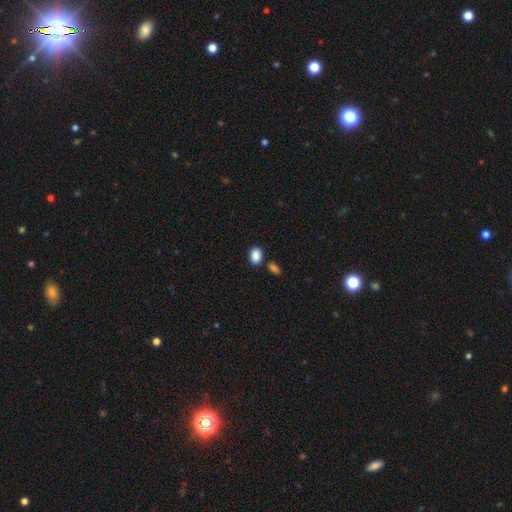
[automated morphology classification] Smooth or featured? smooth (88%)
How rounded? in between (74%)
Merging? none (77%)